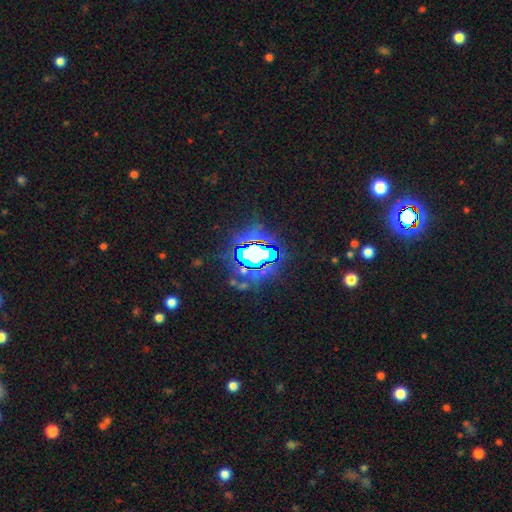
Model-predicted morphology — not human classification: star or artifact 73%, featured or disk 14%, smooth 13%.